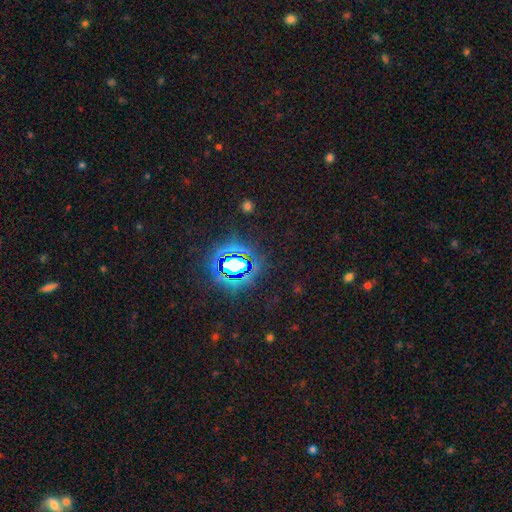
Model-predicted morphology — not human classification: A star or artifact, not a galaxy (83%).